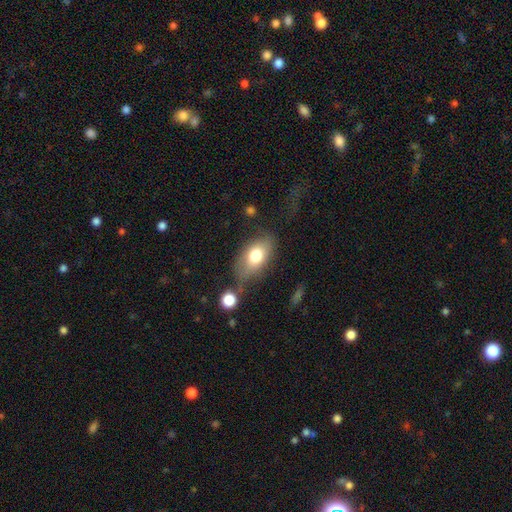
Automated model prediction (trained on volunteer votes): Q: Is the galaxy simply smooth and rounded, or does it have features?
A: smooth — 73%.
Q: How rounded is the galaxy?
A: in between — 87%.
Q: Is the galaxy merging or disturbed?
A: none — 57%.